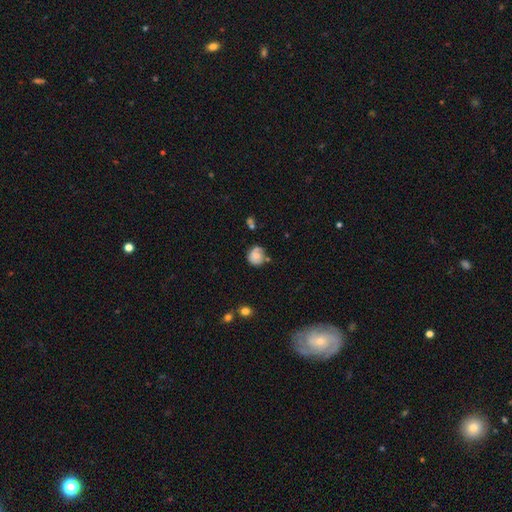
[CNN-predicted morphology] Smooth or featured: smooth — 62% (featured or disk — 29%)
How rounded: round — 78% (in between — 21%)
Merging: none — 58% (minor disturbance — 26%)